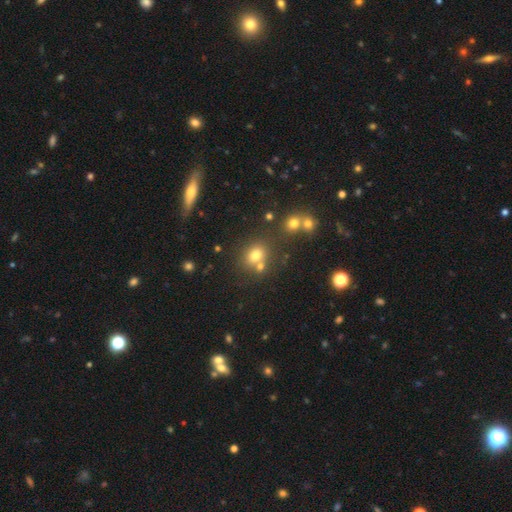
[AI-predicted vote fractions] A smooth galaxy with no disk features (72%) that is round (60%). Merging: none (59%).